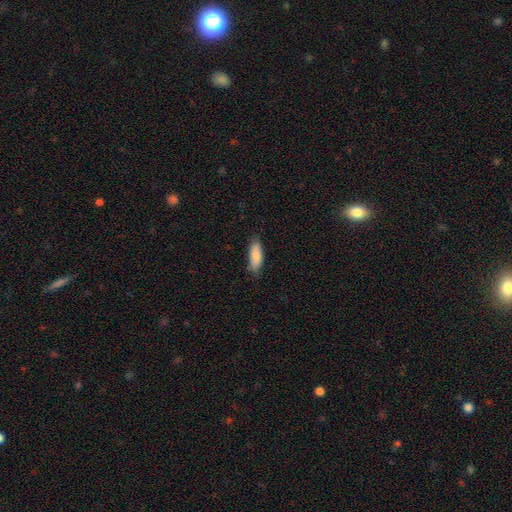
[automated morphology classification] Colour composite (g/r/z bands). It shows a smooth galaxy with no disk features (85%) that is in between round and cigar-shaped (63%). Merging: none (76%).